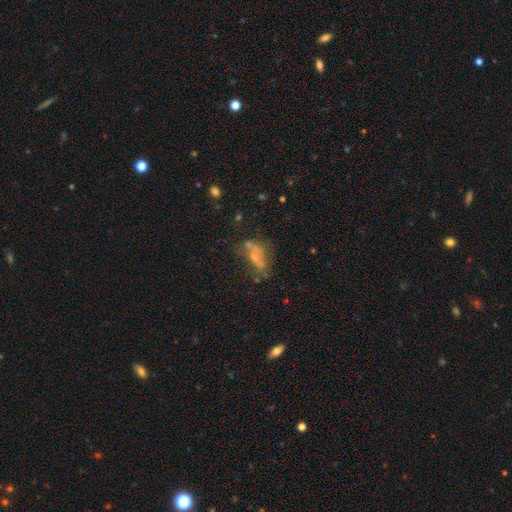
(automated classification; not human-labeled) smooth_or_featured: featured or disk (p=0.43) [alt: smooth p=0.40]
merging: none (p=0.36) [alt: major disturbance p=0.23]